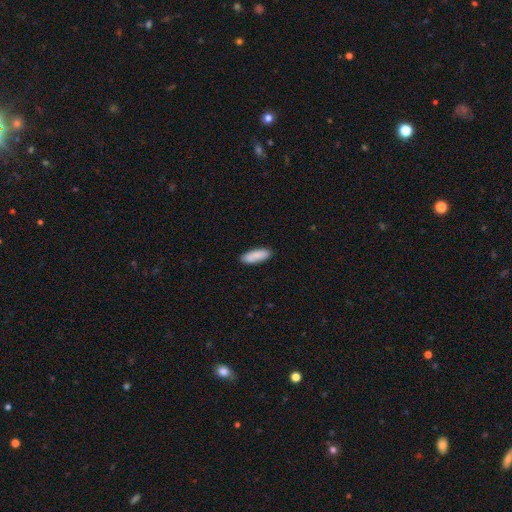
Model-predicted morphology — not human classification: Overall: smooth (85%). How rounded: in between (64%; cigar-shaped 34%). Merging: none (88%).